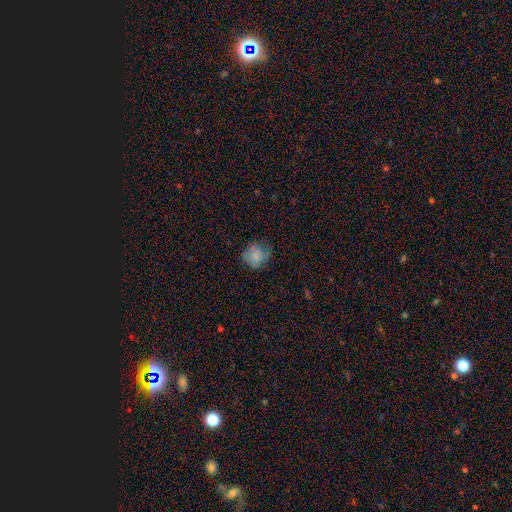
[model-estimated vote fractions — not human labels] smooth 77%, featured or disk 13%, star or artifact 10%. Down the decision tree: how rounded — round (81%); merging — none (69%).